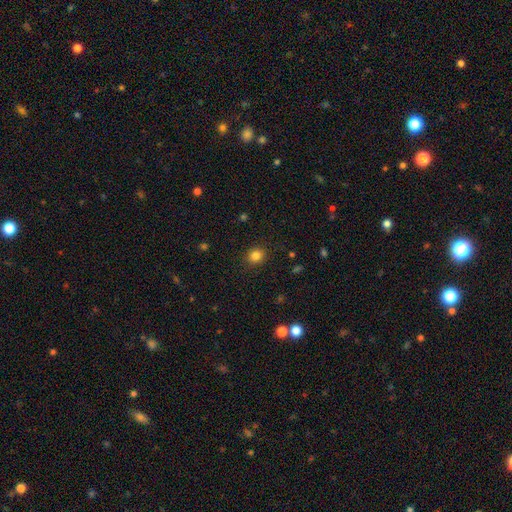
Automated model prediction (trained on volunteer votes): Smooth or featured? Predicted: smooth (p=0.83). How rounded? Predicted: round (p=0.74). Merging? Predicted: none (p=0.89).